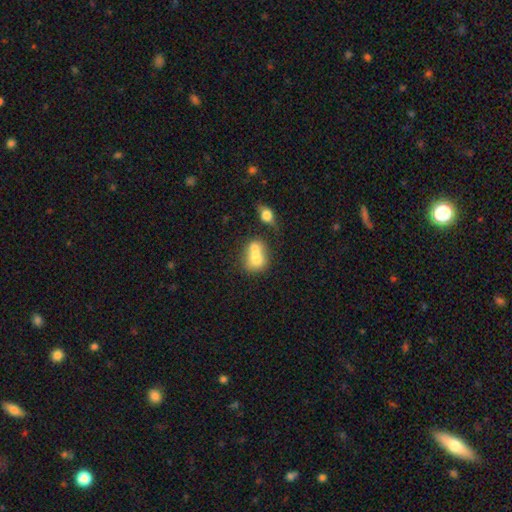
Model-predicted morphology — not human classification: type=smooth (68%); roundness=in between (63%); merging=merger (54%).